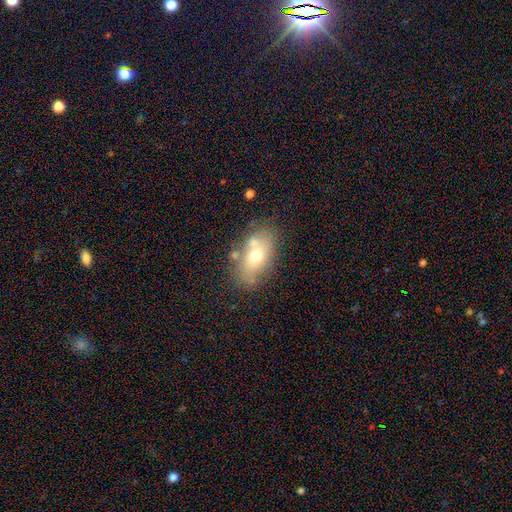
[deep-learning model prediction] Smooth or featured?
  - smooth: 62% *
  - featured or disk: 28%
  - star or artifact: 10%
How rounded?
  - in between: 87% *
  - round: 10%
  - cigar-shaped: 3%
Merging?
  - none: 64% *
  - minor disturbance: 17%
  - merger: 13%
  - major disturbance: 6%